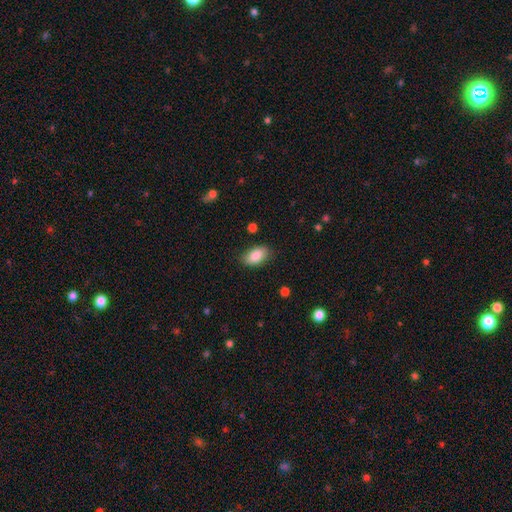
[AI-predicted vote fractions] This is clearly a smooth galaxy (87%). How rounded: clearly in between (92%). Merging: clearly none (83%).